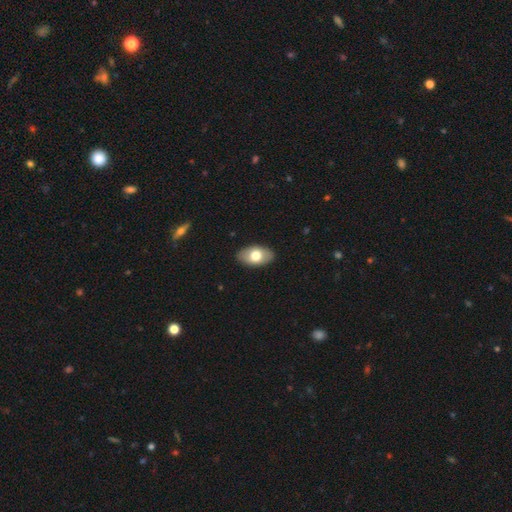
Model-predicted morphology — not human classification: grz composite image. It shows a smooth galaxy with no disk features (70%) that is in between round and cigar-shaped (93%). Merging: none (88%).